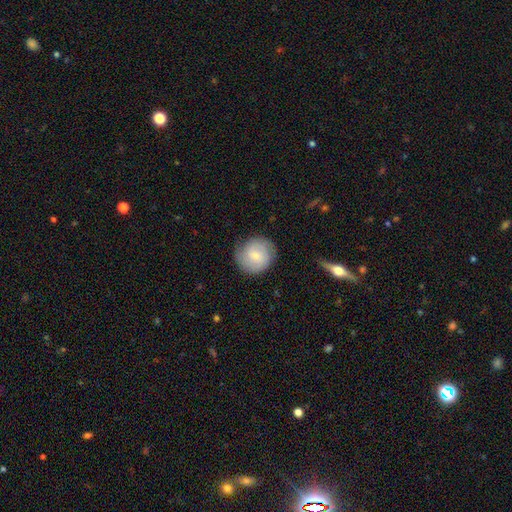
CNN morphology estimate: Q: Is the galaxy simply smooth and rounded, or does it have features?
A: smooth — 53%.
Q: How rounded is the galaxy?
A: round — 88%.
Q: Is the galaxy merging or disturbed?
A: none — 79%.